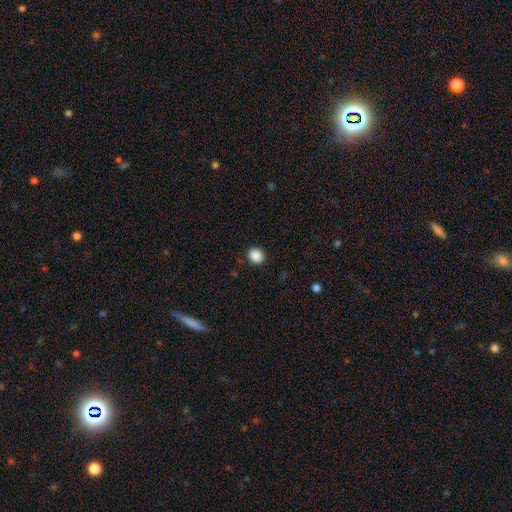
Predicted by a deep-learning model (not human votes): Morphology: type=smooth (88%); roundness=round (78%); merging=none (91%).